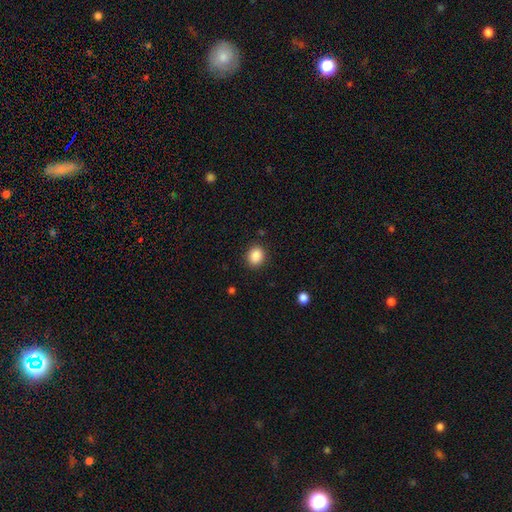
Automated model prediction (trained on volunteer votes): Overall: smooth (88%). How rounded: round (62%; in between 37%). Merging: none (89%).